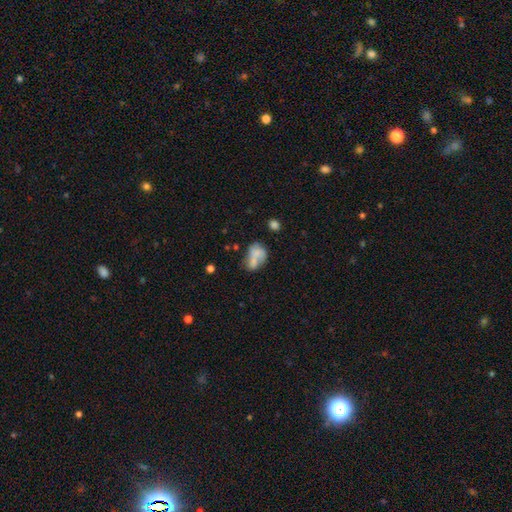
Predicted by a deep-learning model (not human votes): Smooth or featured? smooth (62%)
How rounded? in between (74%)
Merging? merger (40%)